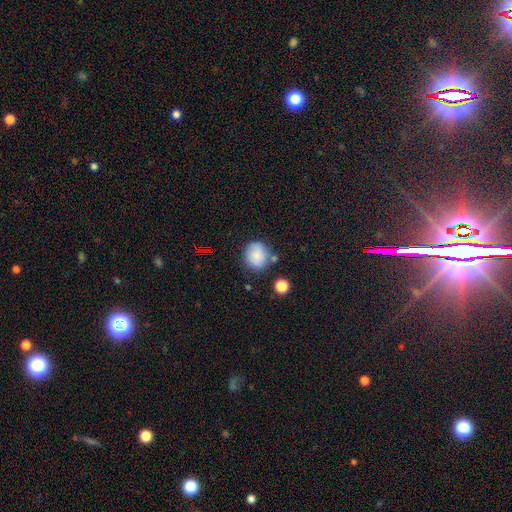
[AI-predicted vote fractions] Q: Smooth or featured?
A: smooth (83%); runner-up: star or artifact (10%)
Q: How rounded?
A: round (78%); runner-up: in between (21%)
Q: Merging?
A: none (70%); runner-up: minor disturbance (16%)